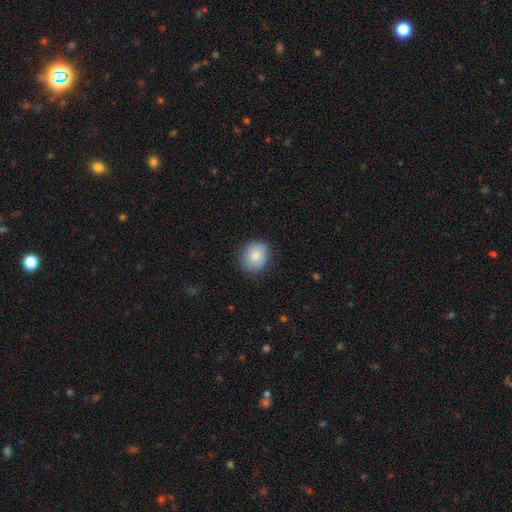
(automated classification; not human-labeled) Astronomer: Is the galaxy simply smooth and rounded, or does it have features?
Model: smooth — 86%.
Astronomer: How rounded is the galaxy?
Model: round — 70%.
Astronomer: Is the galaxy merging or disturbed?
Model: none — 85%.